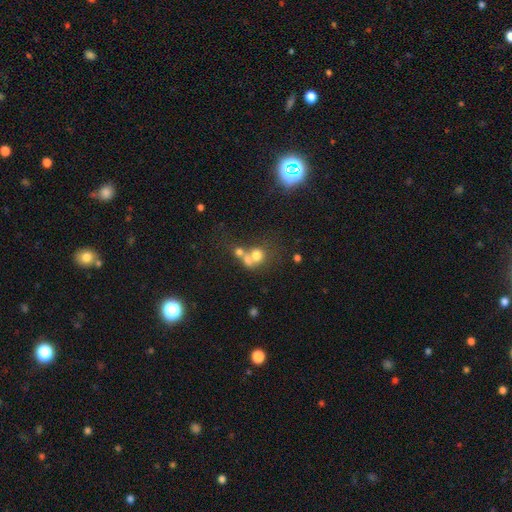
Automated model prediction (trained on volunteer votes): smooth 63%, featured or disk 21%, star or artifact 16%. Down the decision tree: how rounded — round (65%); merging — merger (57%).